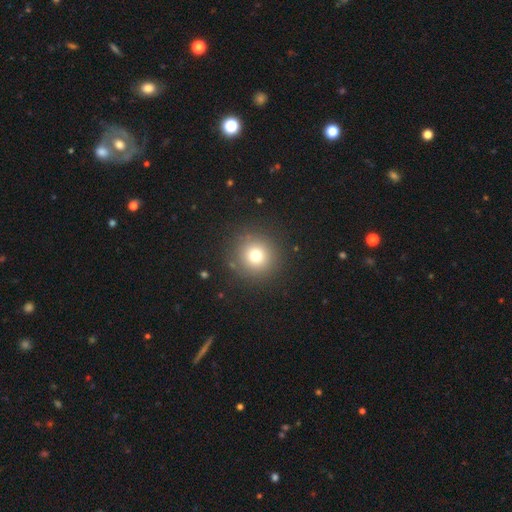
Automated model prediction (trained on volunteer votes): Overall: smooth (74%). How rounded: round (95%). Merging: none (89%).